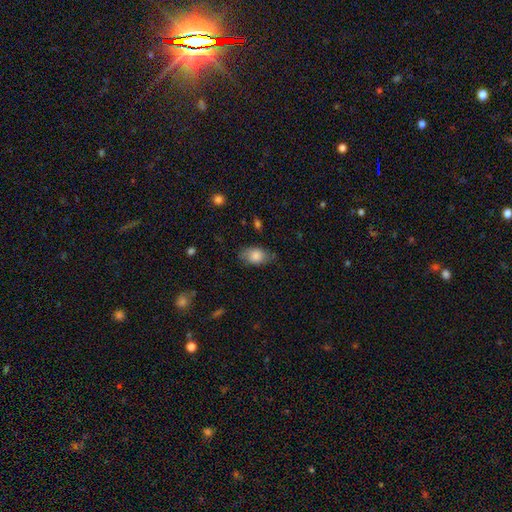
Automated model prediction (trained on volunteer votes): This is likely a smooth galaxy (79%). How rounded: clearly in between (88%). Merging: likely none (68%).